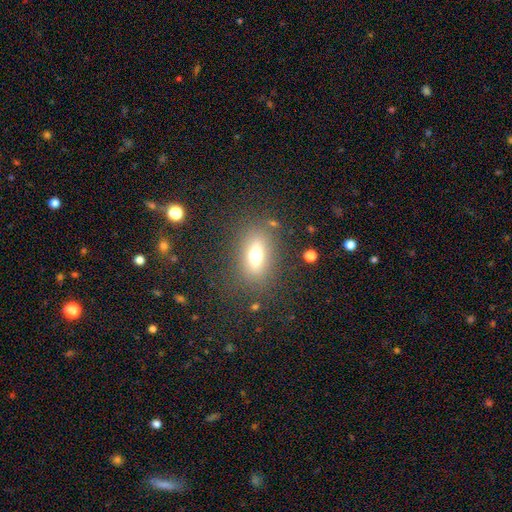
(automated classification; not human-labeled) smooth 61%, featured or disk 26%, star or artifact 13%. Down the decision tree: how rounded — in between (71%); merging — none (79%).